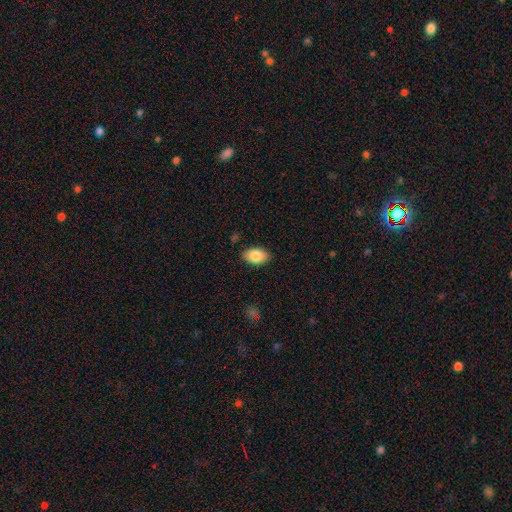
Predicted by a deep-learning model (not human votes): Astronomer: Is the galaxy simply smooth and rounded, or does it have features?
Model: smooth — 86%.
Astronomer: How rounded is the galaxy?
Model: in between — 91%.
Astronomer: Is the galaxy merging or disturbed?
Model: none — 86%.